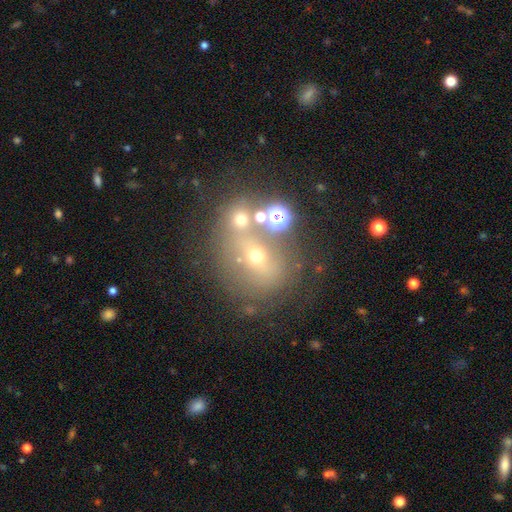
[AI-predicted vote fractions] Smooth or featured? Predicted: featured or disk (p=0.36). Merging? Predicted: none (p=0.48).